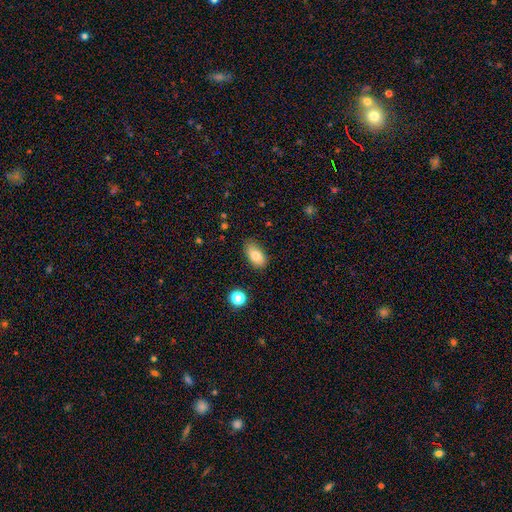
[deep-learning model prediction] A smooth galaxy with no disk features (81%) that is in between round and cigar-shaped (91%).

Vote fractions:
- Smooth or featured? smooth: 81% / featured or disk: 11% / star or artifact: 8%
- How rounded? in between: 91% / round: 6% / cigar-shaped: 3%
- Merging? none: 78% / minor disturbance: 18% / major disturbance: 3% / merger: 2%